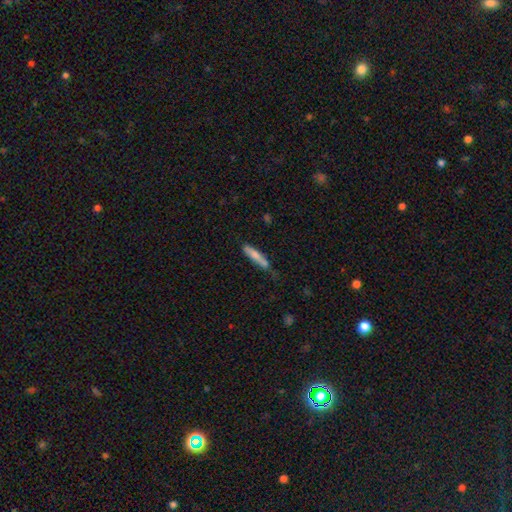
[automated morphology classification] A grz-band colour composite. It shows a smooth galaxy with no disk features (74%) that is cigar-shaped (85%). Merging: none (56%).